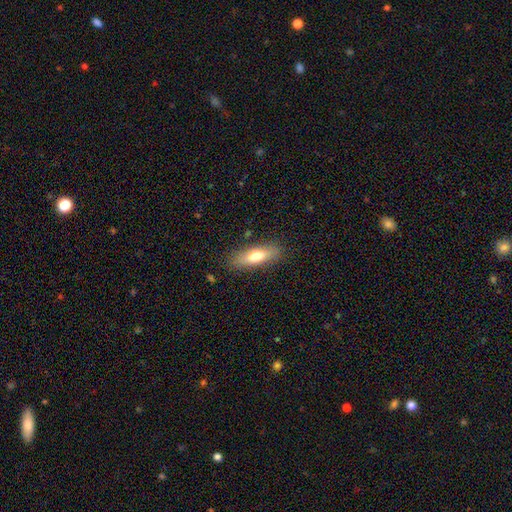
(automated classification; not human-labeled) This appears to be a smooth galaxy with no disk features (69%) that is in between round and cigar-shaped (52%). Merging: none (85%).